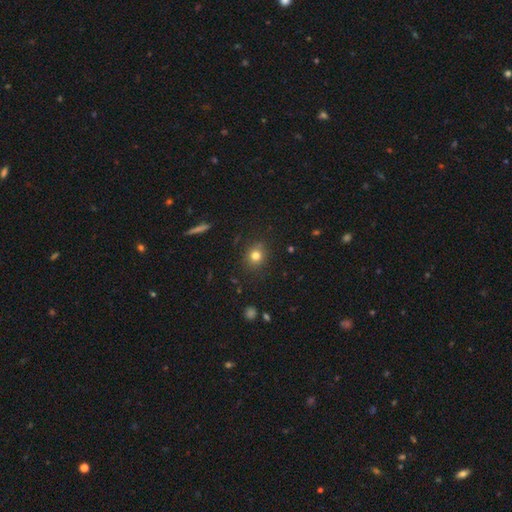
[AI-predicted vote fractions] Q: Smooth or featured?
A: smooth (78%); runner-up: star or artifact (13%)
Q: How rounded?
A: round (76%); runner-up: in between (23%)
Q: Merging?
A: none (84%); runner-up: minor disturbance (11%)